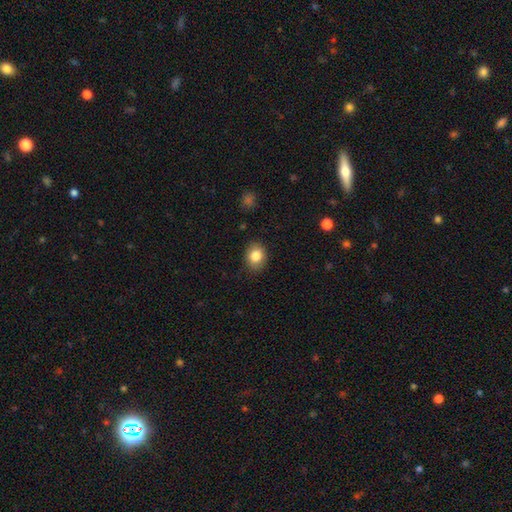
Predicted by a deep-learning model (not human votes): smooth 84%, star or artifact 9%, featured or disk 7%. Down the decision tree: how rounded — round (53%); merging — none (85%).